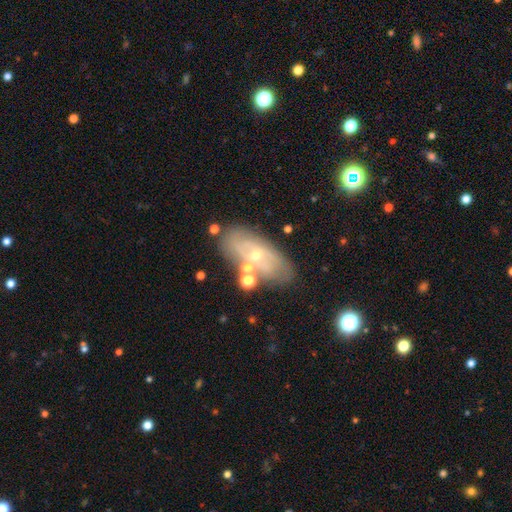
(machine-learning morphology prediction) A featured or disk galaxy (58%) with no bar (74%), spiral arms (54%) and a small central bulge (74%). Merging: none (69%).